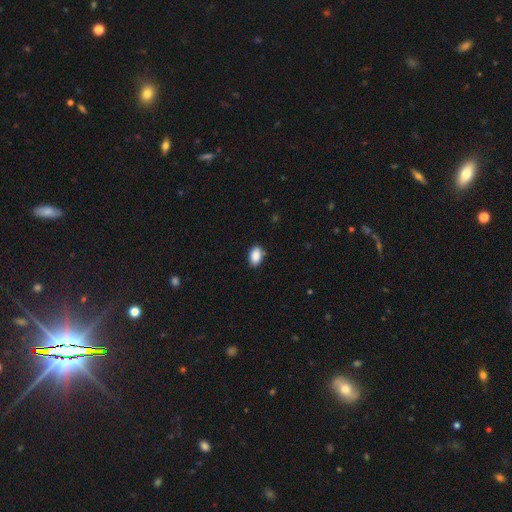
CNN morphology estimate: The model was most divided on "merging": none: 85%, minor disturbance: 12%, major disturbance: 2%, merger: 1%. More confident: how rounded — in between (90%); smooth or featured — smooth (89%).